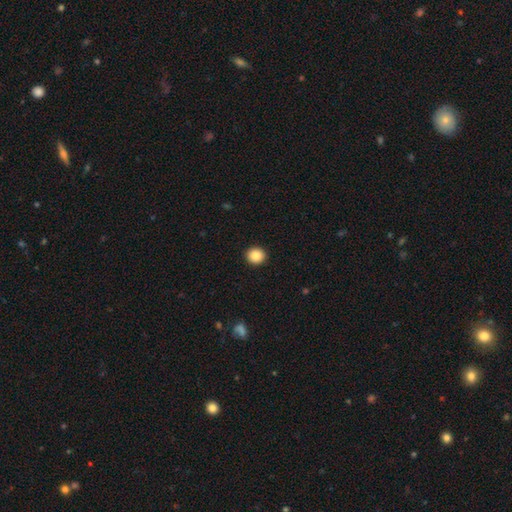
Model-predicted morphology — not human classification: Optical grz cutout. It shows a smooth galaxy with no disk features (86%) that is round (86%). Merging: none (93%).